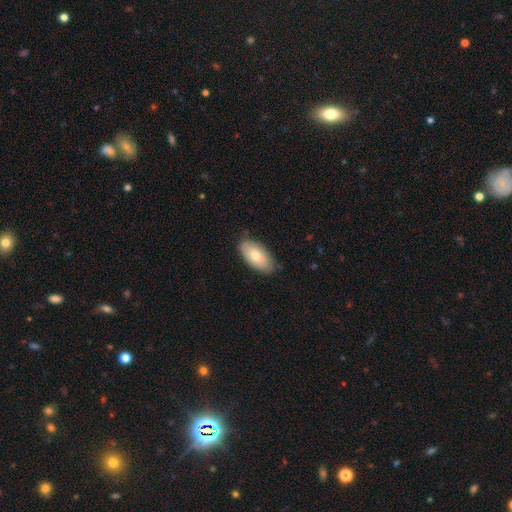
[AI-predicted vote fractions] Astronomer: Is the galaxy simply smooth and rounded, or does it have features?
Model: smooth — 74%.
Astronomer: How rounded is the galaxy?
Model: in between — 93%.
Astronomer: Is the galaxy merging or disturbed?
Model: none — 80%.